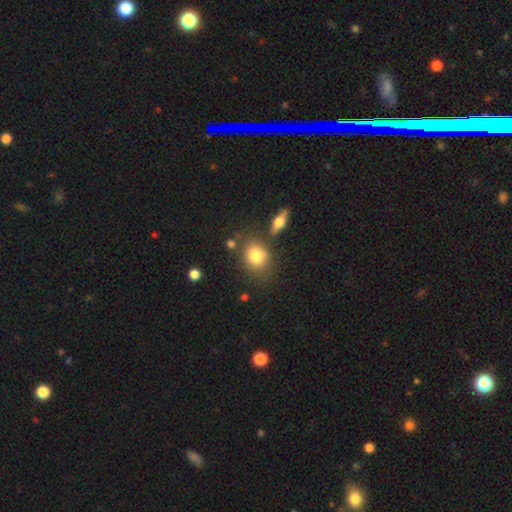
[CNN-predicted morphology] Smooth or featured? Predicted: smooth (p=0.79). How rounded? Predicted: round (p=0.55). Merging? Predicted: none (p=0.71).